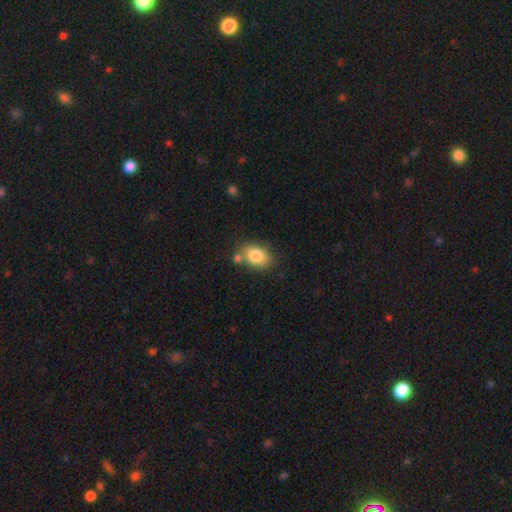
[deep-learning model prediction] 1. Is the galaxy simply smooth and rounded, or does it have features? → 82% smooth, 10% featured or disk, 8% star or artifact.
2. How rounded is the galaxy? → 76% in between, 23% round, 1% cigar-shaped.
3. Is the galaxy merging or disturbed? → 62% none, 17% minor disturbance, 16% merger, 5% major disturbance.